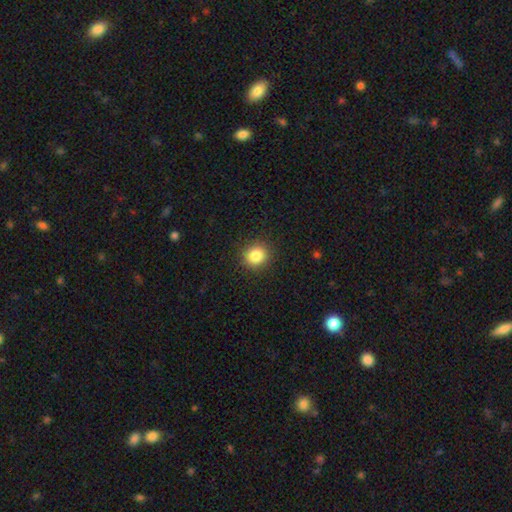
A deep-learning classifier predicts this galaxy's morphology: A smooth galaxy with no disk features (84%) that is round (86%).

Vote fractions:
- Smooth or featured? smooth: 84% / star or artifact: 11% / featured or disk: 5%
- How rounded? round: 86% / in between: 13% / cigar-shaped: 1%
- Merging? none: 91% / minor disturbance: 6% / major disturbance: 2% / merger: 1%